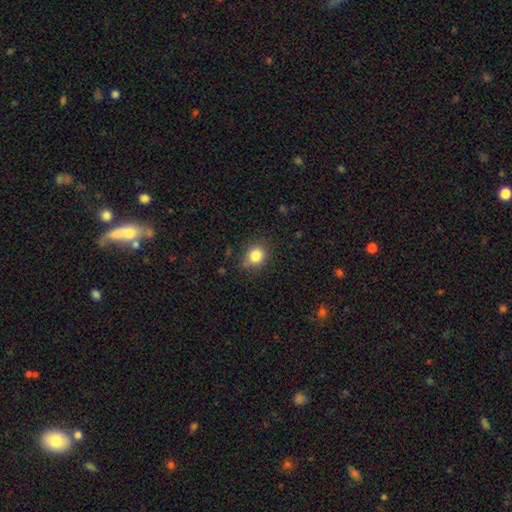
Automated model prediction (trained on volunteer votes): The model was most divided on "how rounded": round: 71%, in between: 28%, cigar-shaped: 1%. More confident: smooth or featured — smooth (83%); merging — none (79%).